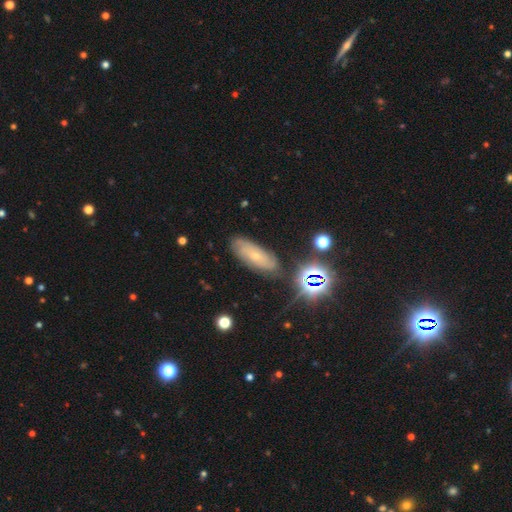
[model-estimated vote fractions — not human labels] This appears to be a featured or disk galaxy (49%). Merging: none (77%).